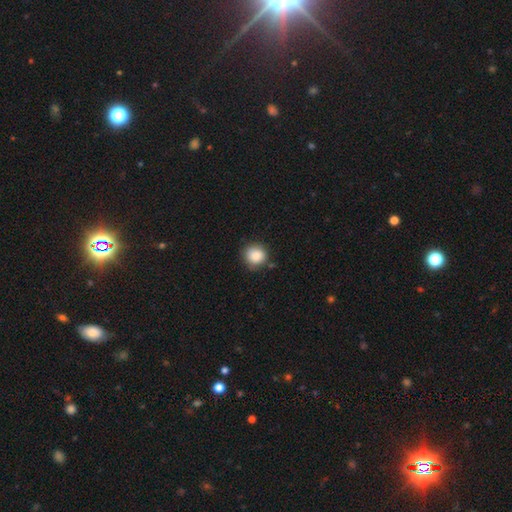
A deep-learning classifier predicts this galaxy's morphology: A smooth galaxy with no disk features (87%) that is round (89%).

Vote fractions:
- Smooth or featured? smooth: 87% / star or artifact: 9% / featured or disk: 5%
- How rounded? round: 89% / in between: 10% / cigar-shaped: 1%
- Merging? none: 77% / minor disturbance: 16% / major disturbance: 3% / merger: 3%